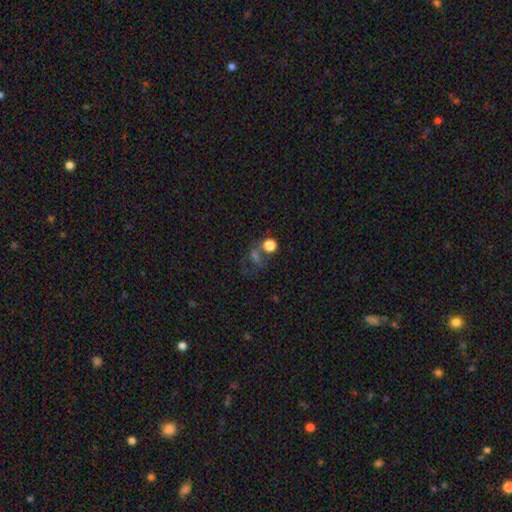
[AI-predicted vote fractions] Smooth or featured? Predicted: star or artifact (p=0.42).